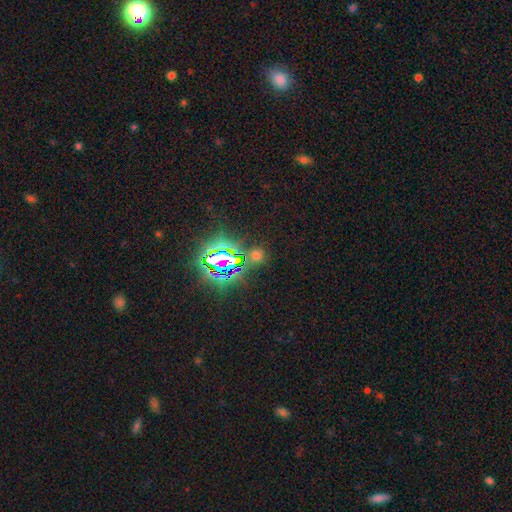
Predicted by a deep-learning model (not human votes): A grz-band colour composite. It shows a star or artifact, not a galaxy (53%).